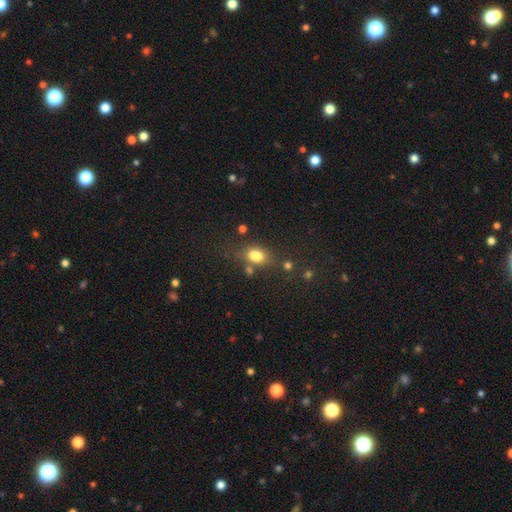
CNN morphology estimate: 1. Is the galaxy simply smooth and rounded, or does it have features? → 77% smooth, 13% star or artifact, 10% featured or disk.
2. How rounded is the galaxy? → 78% in between, 18% round, 4% cigar-shaped.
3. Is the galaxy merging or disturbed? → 56% none, 19% merger, 18% minor disturbance, 8% major disturbance.